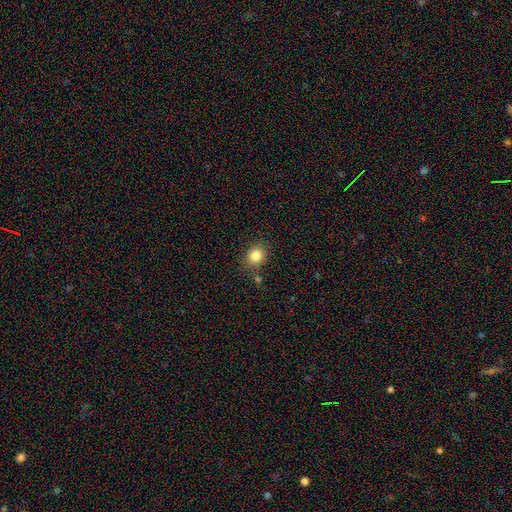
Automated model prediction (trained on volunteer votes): This is clearly a smooth galaxy (84%). How rounded: likely round (63%). Merging: clearly none (80%).